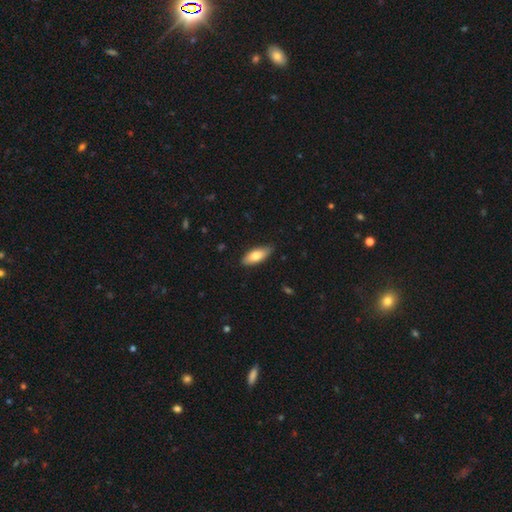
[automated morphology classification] A smooth galaxy with no disk features (75%) that is in between round and cigar-shaped (79%).

Vote fractions:
- Smooth or featured? smooth: 75% / featured or disk: 19% / star or artifact: 6%
- How rounded? in between: 79% / cigar-shaped: 19% / round: 2%
- Merging? none: 83% / minor disturbance: 14% / major disturbance: 2% / merger: 1%